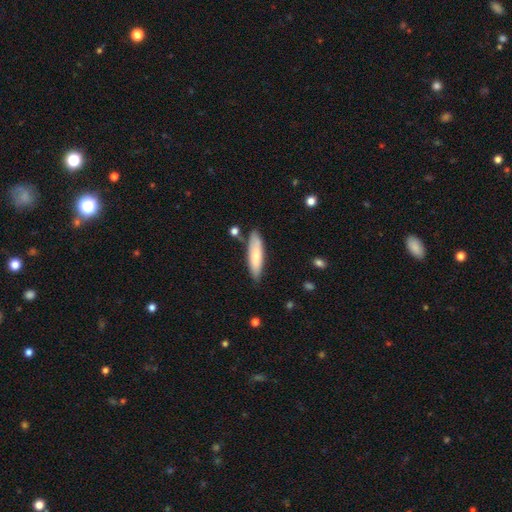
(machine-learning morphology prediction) This is likely a smooth galaxy (70%). How rounded: likely cigar-shaped (65%). Merging: likely none (75%).